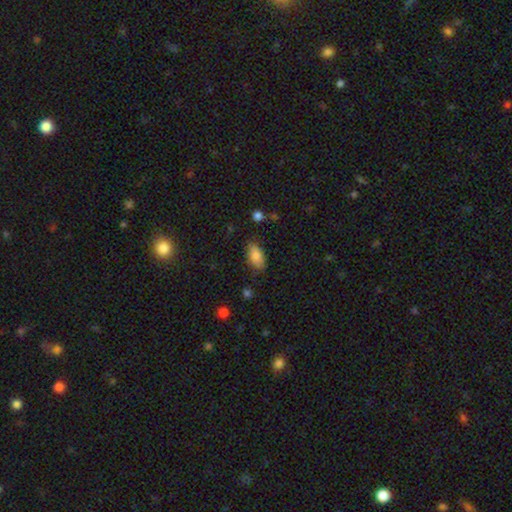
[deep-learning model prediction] Morphology: type=smooth (83%); roundness=in between (91%); merging=none (78%).